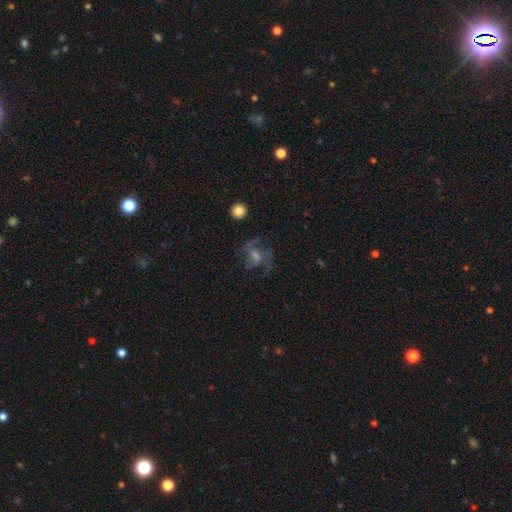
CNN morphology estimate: A featured or disk galaxy (68%) with no bar (55%), 3 (34%) medium (51%) spiral arms (86%) and a moderate central bulge (47%).

Vote fractions:
- Smooth or featured? featured or disk: 68% / star or artifact: 17% / smooth: 16%
- Edge-on disk? no: 96% / yes: 4%
- Bar? no: 55% / weak: 36% / strong: 9%
- Spiral arms? yes: 86% / no: 14%
- Spiral winding? medium: 51% / loose: 30% / tight: 19%
- Spiral arm count? 3: 34% / 2: 24% / can't tell: 21% / 4: 9% / 1: 6% / more than 4: 5%
- Bulge size? moderate: 47% / small: 33% / none: 9% / large: 9% / dominant: 2%
- Merging? none: 63% / major disturbance: 19% / minor disturbance: 16% / merger: 2%